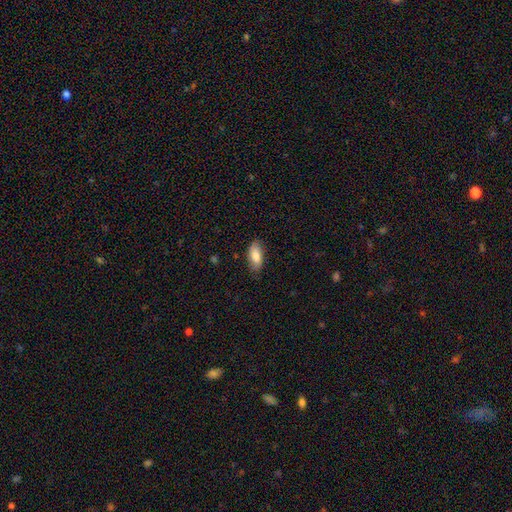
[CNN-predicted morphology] A smooth galaxy with no disk features (81%) that is in between round and cigar-shaped (88%). Merging: none (83%).